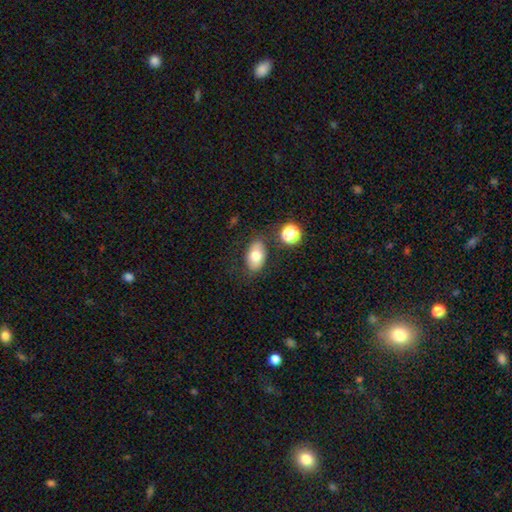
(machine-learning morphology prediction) Smooth or featured: smooth — 73% (featured or disk — 18%)
How rounded: in between — 89% (round — 10%)
Merging: none — 76% (minor disturbance — 14%)